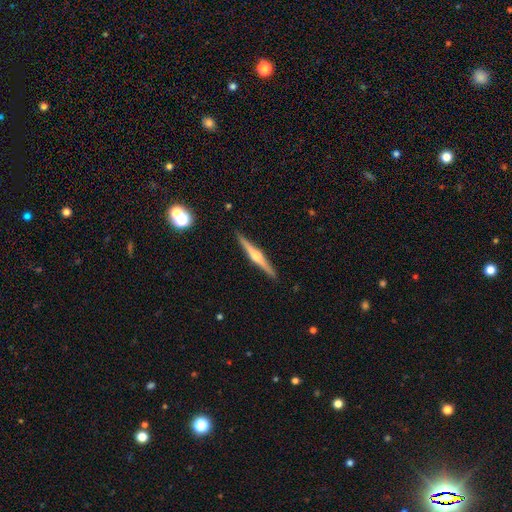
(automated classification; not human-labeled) Smooth or featured?
  - featured or disk: 77% *
  - smooth: 18%
  - star or artifact: 5%
Edge-on disk?
  - yes: 98% *
  - no: 2%
Edge-on bulge?
  - rounded: 89% *
  - boxy: 7%
  - none: 4%
Merging?
  - none: 91% *
  - minor disturbance: 6%
  - major disturbance: 1%
  - merger: 1%